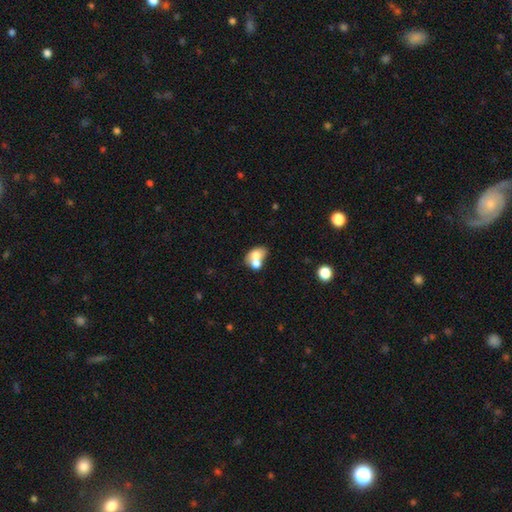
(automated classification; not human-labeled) Overall: smooth (66%). How rounded: in between (69%; round 30%). Merging: merger (66%).